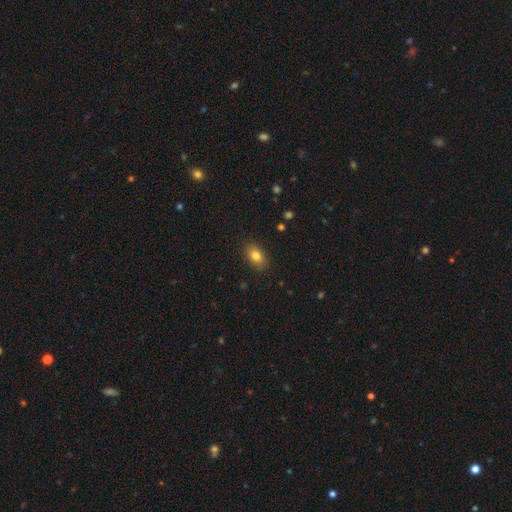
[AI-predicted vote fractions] smooth 82%, star or artifact 9%, featured or disk 9%. Down the decision tree: how rounded — in between (84%); merging — none (87%).